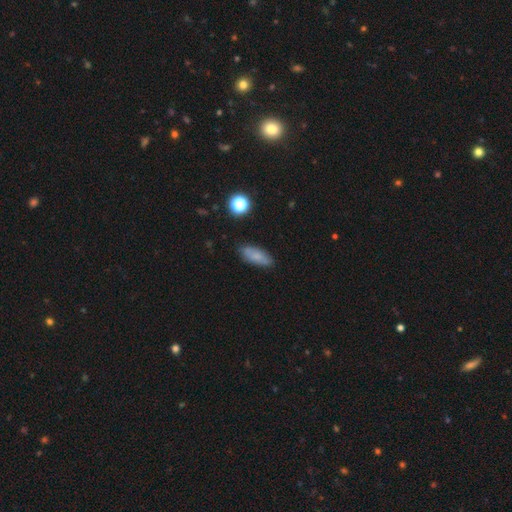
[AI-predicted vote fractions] Q: Smooth or featured?
A: smooth (75%); runner-up: featured or disk (15%)
Q: How rounded?
A: in between (77%); runner-up: cigar-shaped (19%)
Q: Merging?
A: none (79%); runner-up: minor disturbance (16%)